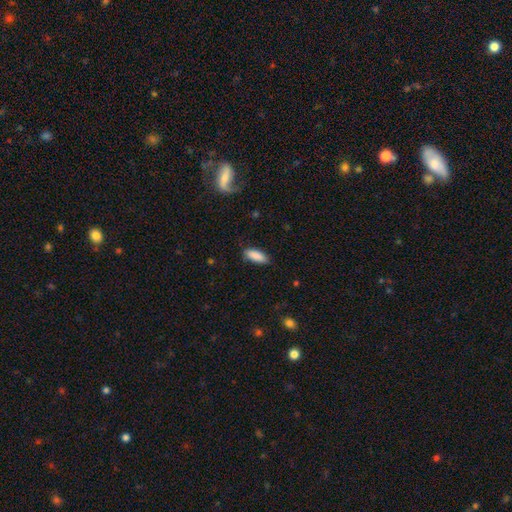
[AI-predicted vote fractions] The model was most divided on "how rounded": in between: 76%, cigar-shaped: 22%, round: 2%. More confident: smooth or featured — smooth (88%); merging — none (80%).